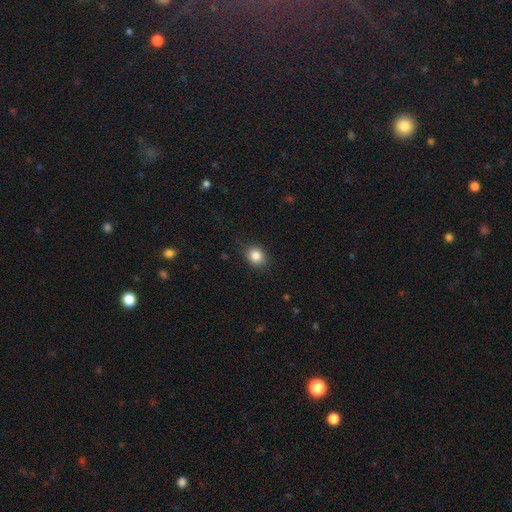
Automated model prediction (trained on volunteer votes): smooth_or_featured: smooth (p=0.85) [alt: star or artifact p=0.10]
how_rounded: round (p=0.58) [alt: in between p=0.41]
merging: none (p=0.85) [alt: minor disturbance p=0.11]